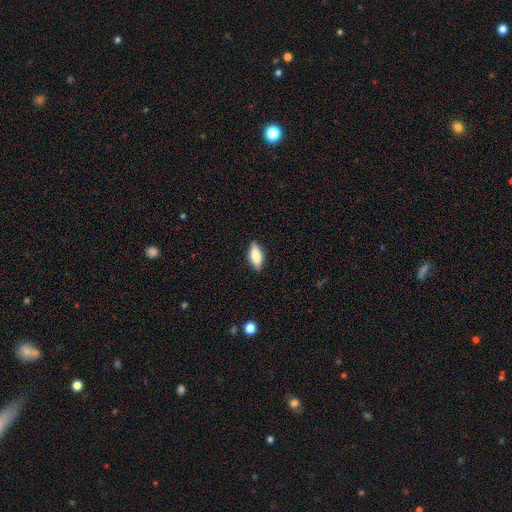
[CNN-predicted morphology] Overall: smooth (81%). How rounded: in between (82%). Merging: none (86%).